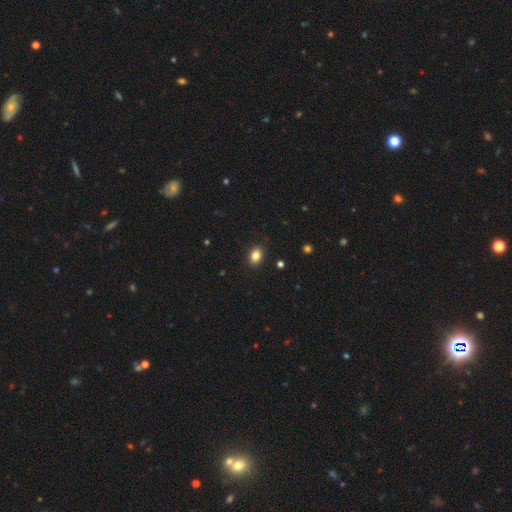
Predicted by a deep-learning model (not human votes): A smooth galaxy with no disk features (84%) that is in between round and cigar-shaped (79%). Merging: none (89%).